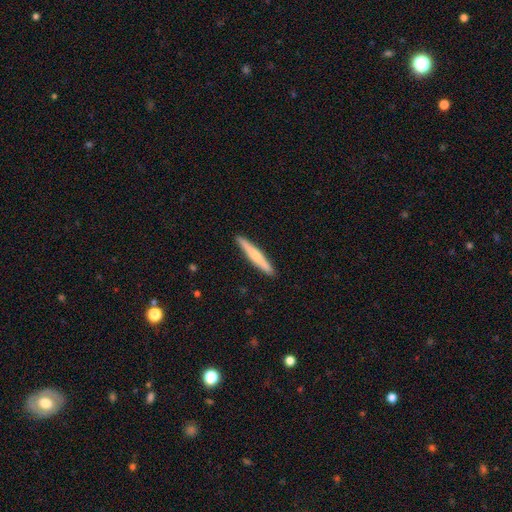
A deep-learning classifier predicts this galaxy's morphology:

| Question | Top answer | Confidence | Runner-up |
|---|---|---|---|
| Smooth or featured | smooth | 62% | featured or disk (33%) |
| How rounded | cigar-shaped | 96% | in between (3%) |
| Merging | none | 92% | minor disturbance (6%) |